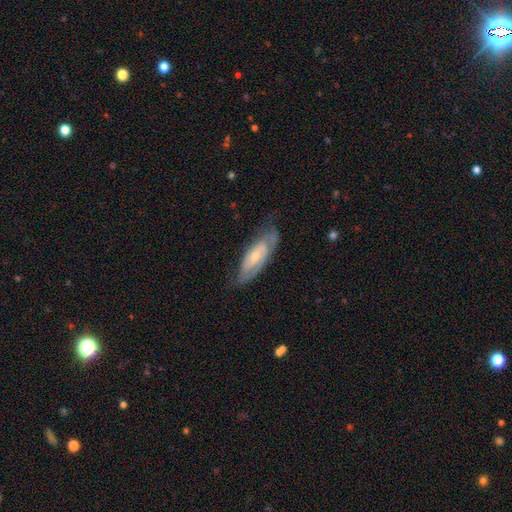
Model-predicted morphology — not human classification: type=featured or disk (66%); edge-on=no (85%); bar=no (64%); spiral arms=yes (83%); bulge=small (61%); merging=none (66%).